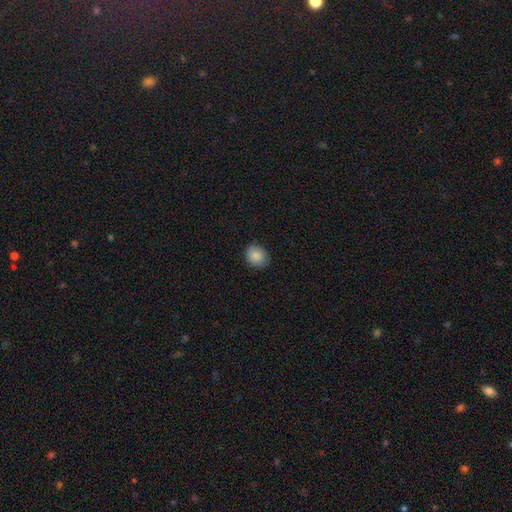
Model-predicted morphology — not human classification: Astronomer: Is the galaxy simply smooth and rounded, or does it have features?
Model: smooth — 88%.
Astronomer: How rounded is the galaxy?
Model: round — 71%.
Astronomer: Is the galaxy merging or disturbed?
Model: none — 84%.